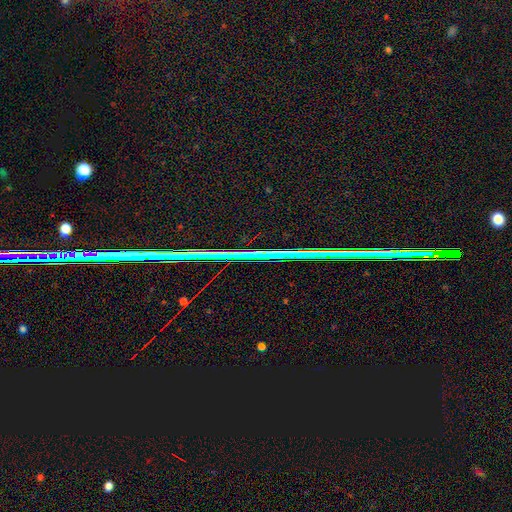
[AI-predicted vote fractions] Morphology: type=star or artifact (82%).